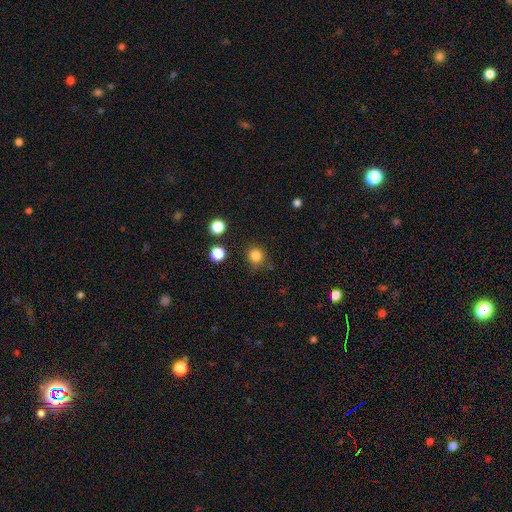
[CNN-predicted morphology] Overall: smooth (83%). How rounded: round (89%). Merging: none (80%).